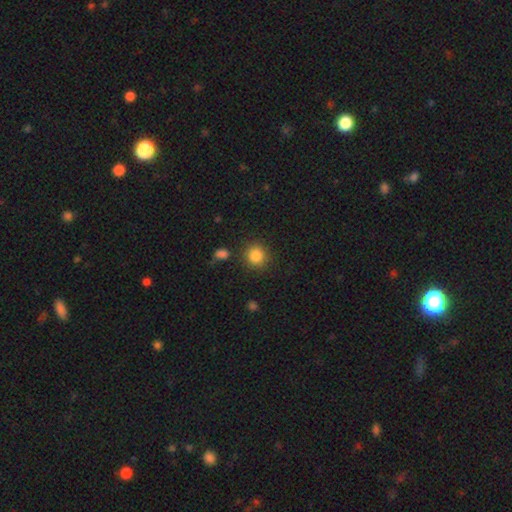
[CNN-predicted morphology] type=smooth (85%); roundness=round (89%); merging=none (86%).